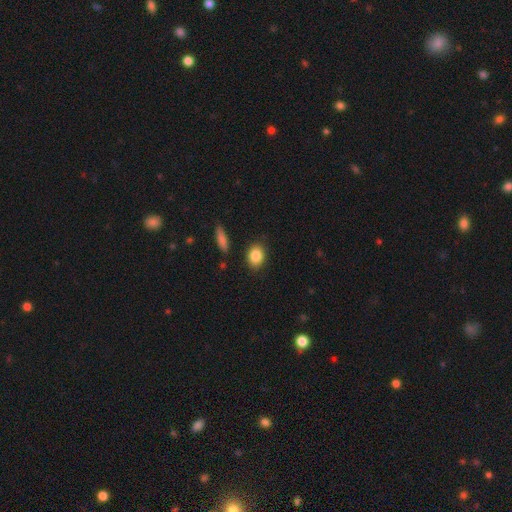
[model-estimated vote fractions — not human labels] smooth-or-featured: smooth: 86% | star or artifact: 8% | featured or disk: 6%
  how-rounded: in between: 66% | round: 32% | cigar-shaped: 2%
  merging: none: 85% | minor disturbance: 10% | merger: 3% | major disturbance: 3%